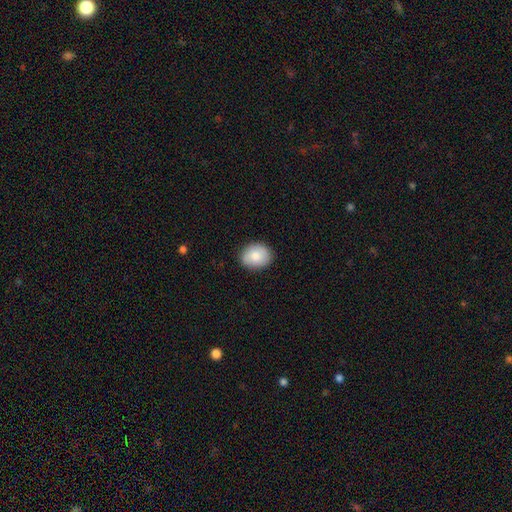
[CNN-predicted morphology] Q: Smooth or featured?
A: smooth (80%); runner-up: featured or disk (13%)
Q: How rounded?
A: round (52%); runner-up: in between (47%)
Q: Merging?
A: none (87%); runner-up: minor disturbance (10%)